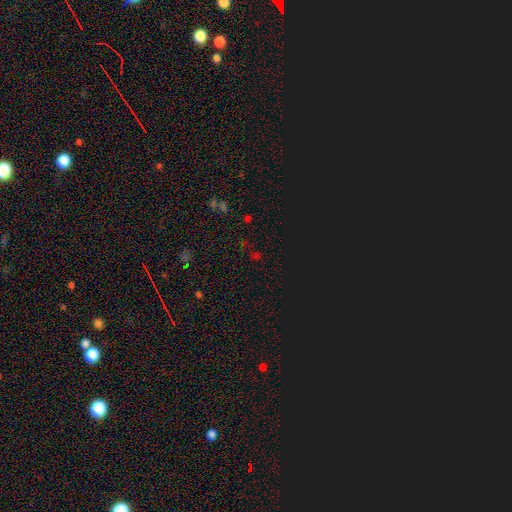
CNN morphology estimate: Smooth or featured? star or artifact (69%)